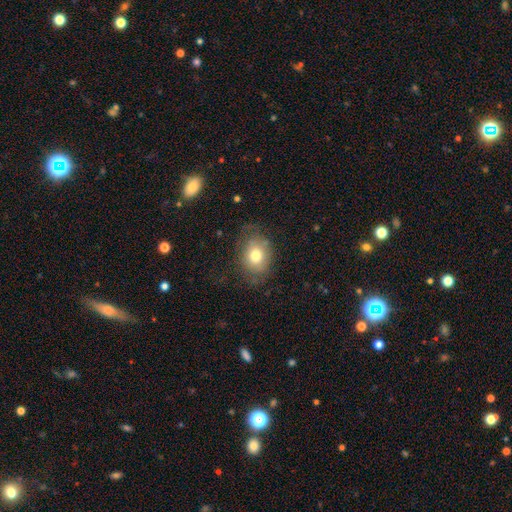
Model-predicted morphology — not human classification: Smooth or featured? smooth (73%)
How rounded? in between (59%)
Merging? none (65%)